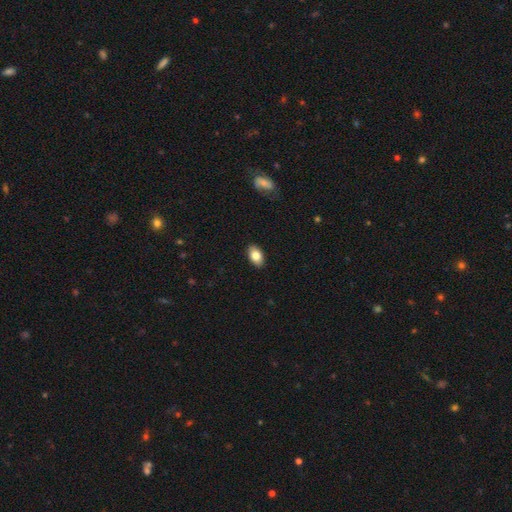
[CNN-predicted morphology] Smooth or featured: smooth — 81% (featured or disk — 12%)
How rounded: in between — 90% (round — 8%)
Merging: none — 88% (minor disturbance — 9%)